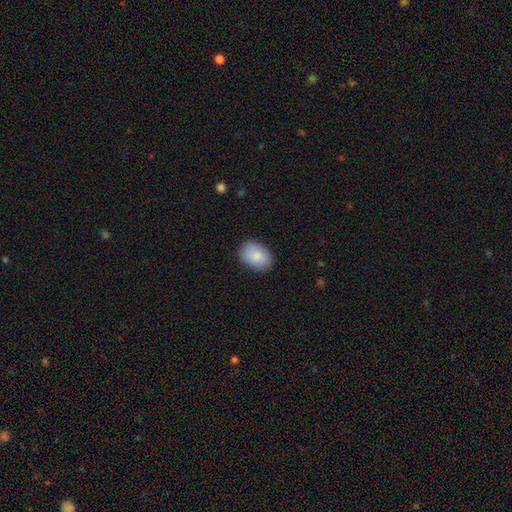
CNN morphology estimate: smooth_or_featured: smooth (p=0.86) [alt: featured or disk p=0.08]
how_rounded: in between (p=0.81) [alt: round p=0.18]
merging: none (p=0.84) [alt: minor disturbance p=0.12]